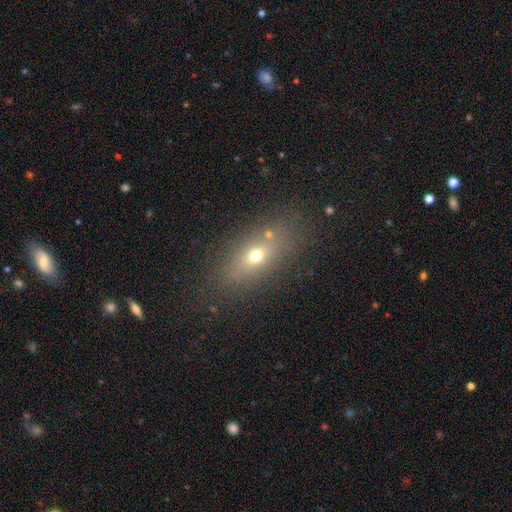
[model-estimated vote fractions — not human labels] The model was most divided on "smooth or featured": smooth: 62%, featured or disk: 22%, star or artifact: 17%. More confident: merging — none (78%); how rounded — in between (69%).